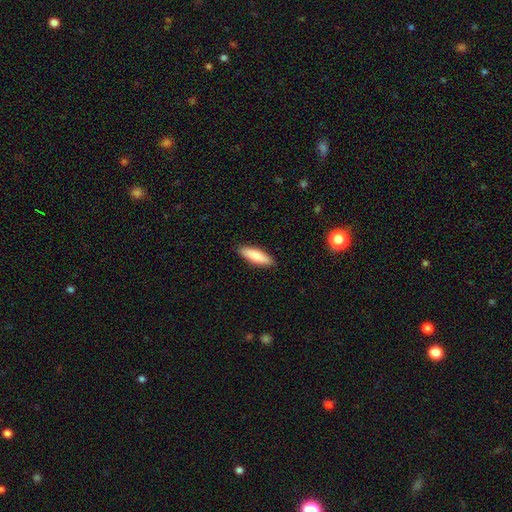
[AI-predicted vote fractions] smooth 85%, featured or disk 10%, star or artifact 6%. Down the decision tree: how rounded — cigar-shaped (64%); merging — none (89%).